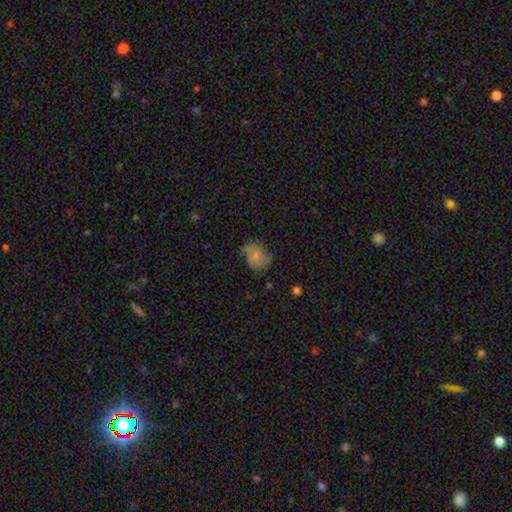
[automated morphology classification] Smooth or featured? Predicted: smooth (p=0.61). How rounded? Predicted: in between (p=0.55). Merging? Predicted: none (p=0.53).